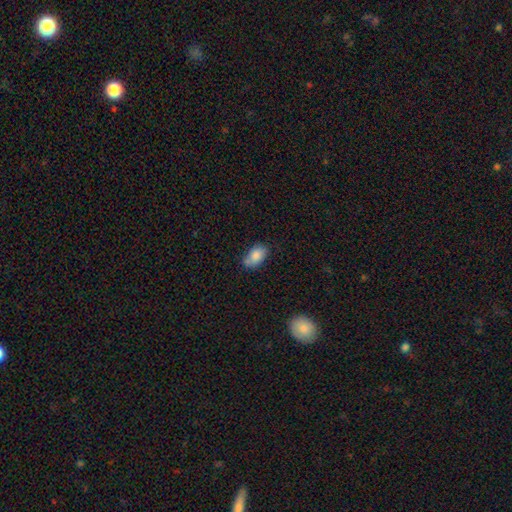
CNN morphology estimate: smooth_or_featured: smooth (p=0.84) [alt: featured or disk p=0.08]
how_rounded: in between (p=0.90) [alt: round p=0.09]
merging: none (p=0.61) [alt: minor disturbance p=0.25]